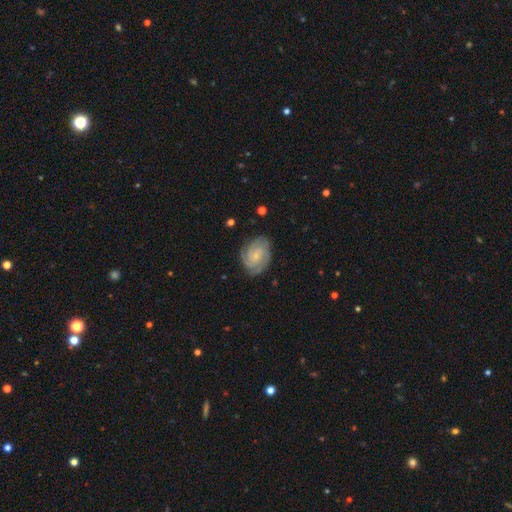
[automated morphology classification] Smooth or featured? Predicted: featured or disk (p=0.82). Edge-on disk? Predicted: no (p=0.98). Bar? Predicted: no (p=0.66). Spiral arms? Predicted: yes (p=0.97). Spiral winding? Predicted: tight (p=0.69). Spiral arm count? Predicted: 3 (p=0.34). Bulge size? Predicted: small (p=0.74). Merging? Predicted: none (p=0.79).